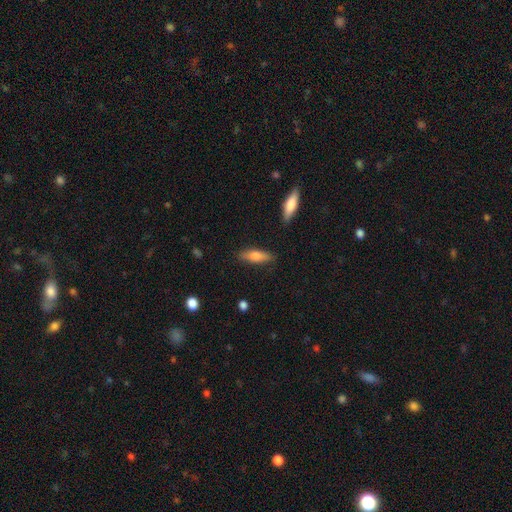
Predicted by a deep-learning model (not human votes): A smooth galaxy with no disk features (71%) that is cigar-shaped (49%, tied with in between). Merging: none (83%).